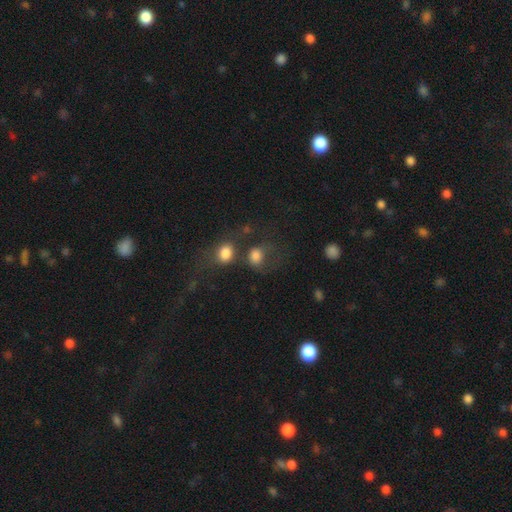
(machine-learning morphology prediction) A smooth galaxy with no disk features (76%) that is round (62%).

Vote fractions:
- Smooth or featured? smooth: 76% / star or artifact: 13% / featured or disk: 11%
- How rounded? round: 62% / in between: 37% / cigar-shaped: 1%
- Merging? none: 35% / merger: 34% / major disturbance: 17% / minor disturbance: 15%